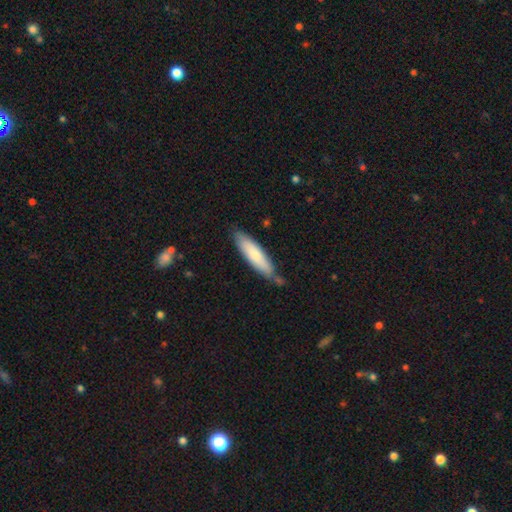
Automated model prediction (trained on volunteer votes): smooth-or-featured: smooth: 75% | featured or disk: 20% | star or artifact: 5%
  how-rounded: cigar-shaped: 69% | in between: 30% | round: 1%
  merging: none: 67% | minor disturbance: 22% | merger: 6% | major disturbance: 4%